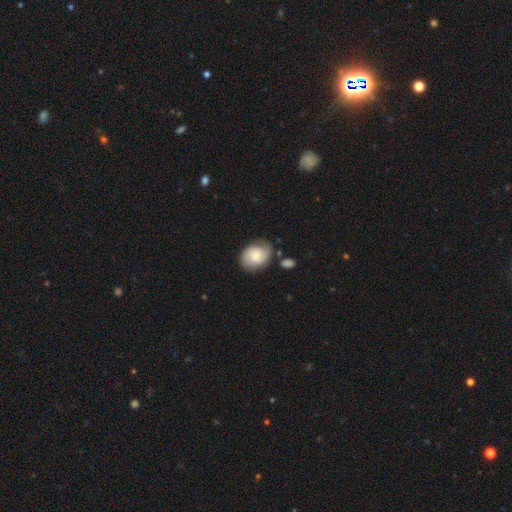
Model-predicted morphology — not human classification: This is possibly a featured or disk galaxy (47%). Merging: likely none (69%).